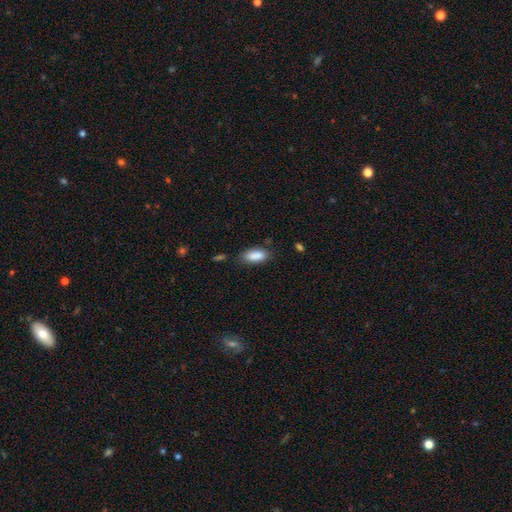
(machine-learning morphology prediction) Smooth or featured: smooth — 88% (star or artifact — 7%)
How rounded: in between — 83% (cigar-shaped — 14%)
Merging: none — 75% (minor disturbance — 18%)